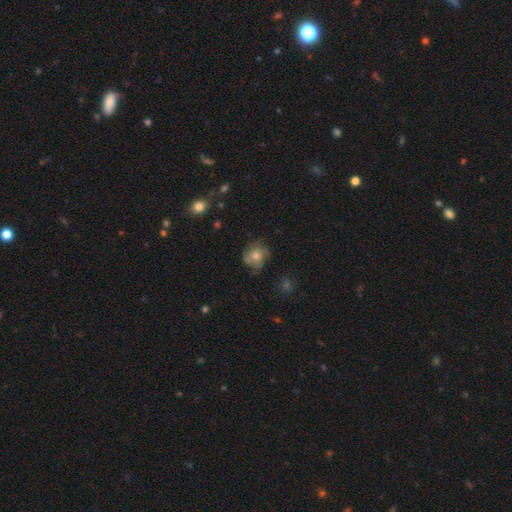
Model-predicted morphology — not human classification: type=smooth (53%); roundness=round (75%); merging=none (64%).